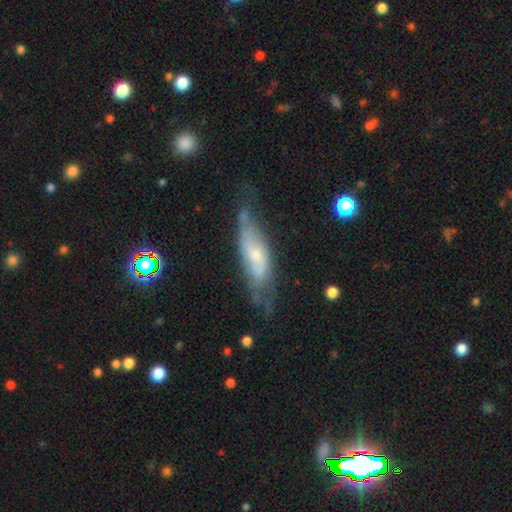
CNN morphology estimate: This appears to be a featured or disk galaxy (56%). Merging: none (48%).